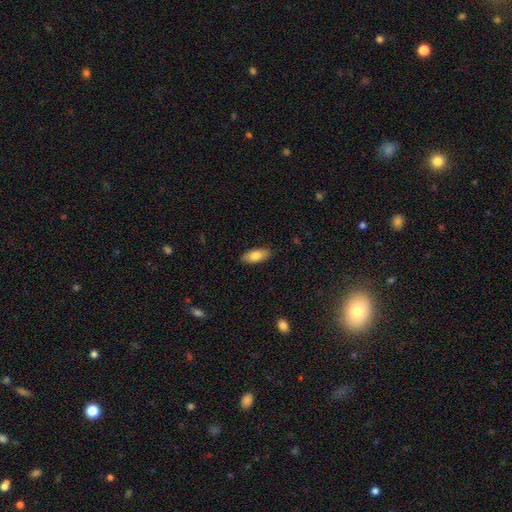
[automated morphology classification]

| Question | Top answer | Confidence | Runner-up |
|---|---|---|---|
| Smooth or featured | smooth | 79% | featured or disk (15%) |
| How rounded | in between | 85% | cigar-shaped (13%) |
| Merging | none | 88% | minor disturbance (9%) |